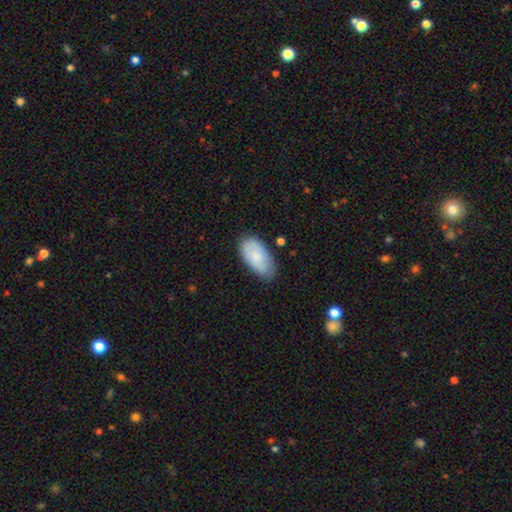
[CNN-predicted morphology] A smooth galaxy with no disk features (79%) that is in between round and cigar-shaped (94%). Merging: none (70%).